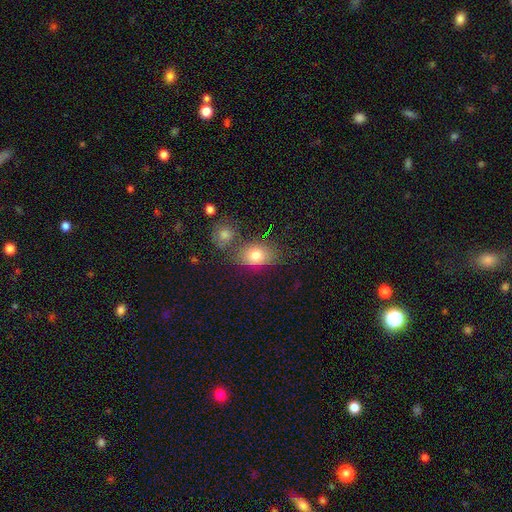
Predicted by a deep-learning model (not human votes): A smooth galaxy with no disk features (75%) that is in between round and cigar-shaped (70%). Merging: none (65%).